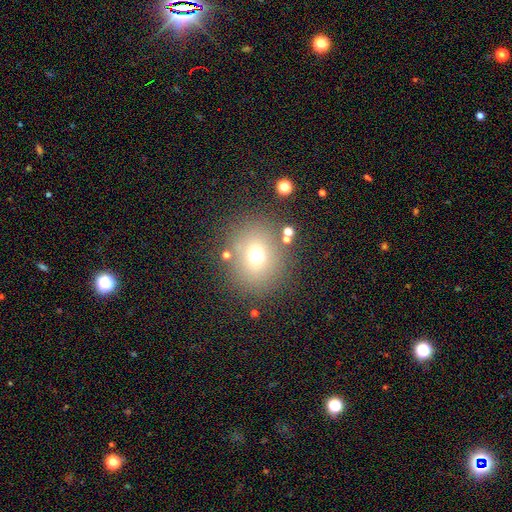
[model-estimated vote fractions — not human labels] Smooth or featured?
  - smooth: 68% *
  - star or artifact: 19%
  - featured or disk: 14%
How rounded?
  - round: 77% *
  - in between: 22%
  - cigar-shaped: 1%
Merging?
  - none: 80% *
  - minor disturbance: 10%
  - major disturbance: 5%
  - merger: 5%